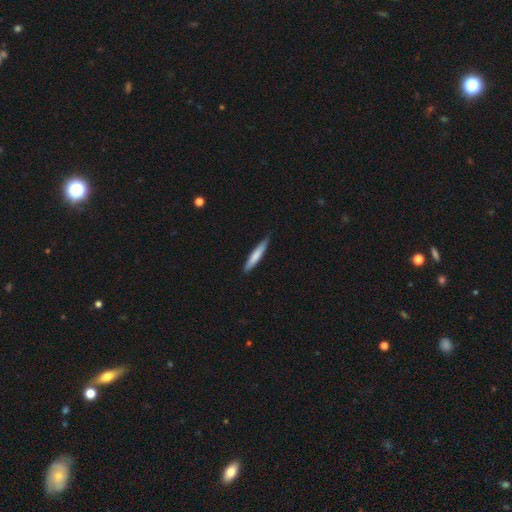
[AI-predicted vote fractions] Smooth or featured? smooth (74%)
How rounded? cigar-shaped (92%)
Merging? none (81%)